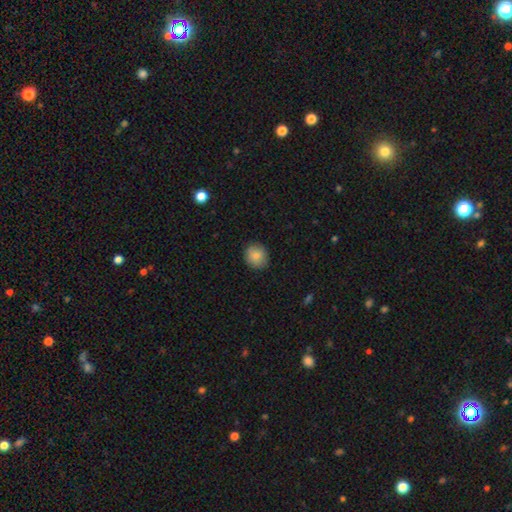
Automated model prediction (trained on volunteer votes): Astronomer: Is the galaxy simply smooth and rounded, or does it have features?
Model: smooth — 84%.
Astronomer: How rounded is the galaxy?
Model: round — 80%.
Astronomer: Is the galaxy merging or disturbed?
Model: none — 88%.